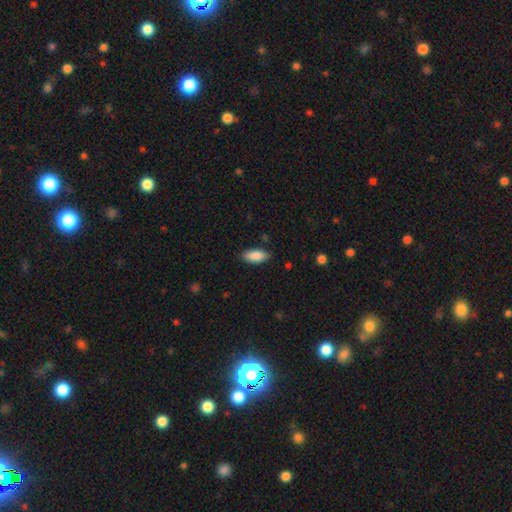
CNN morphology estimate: Smooth or featured: smooth — 88% (star or artifact — 6%)
How rounded: in between — 86% (cigar-shaped — 12%)
Merging: none — 85% (minor disturbance — 12%)